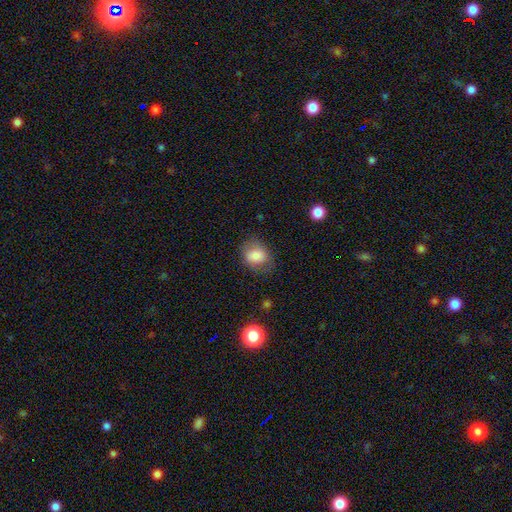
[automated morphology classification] smooth_or_featured: smooth (p=0.78) [alt: featured or disk p=0.13]
how_rounded: round (p=0.52) [alt: in between p=0.47]
merging: none (p=0.70) [alt: minor disturbance p=0.19]